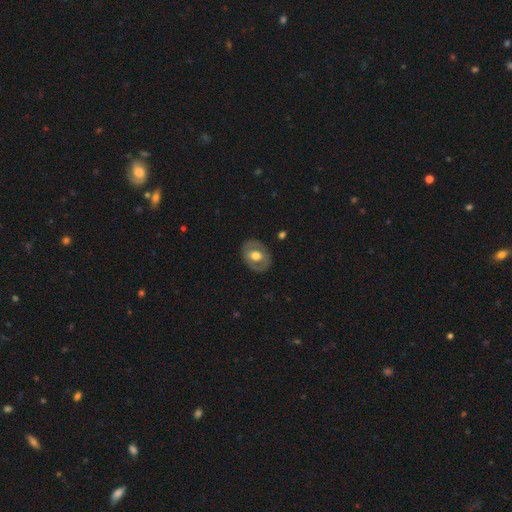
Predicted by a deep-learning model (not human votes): Smooth or featured? Predicted: featured or disk (p=0.51). Edge-on disk? Predicted: no (p=0.93). Merging? Predicted: none (p=0.83).